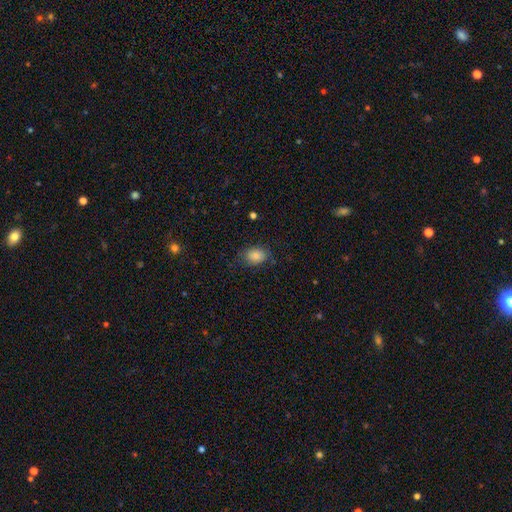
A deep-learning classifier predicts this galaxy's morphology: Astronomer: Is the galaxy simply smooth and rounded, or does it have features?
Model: smooth — 84%.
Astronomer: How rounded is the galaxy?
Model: in between — 75%.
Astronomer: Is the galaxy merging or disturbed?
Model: none — 77%.